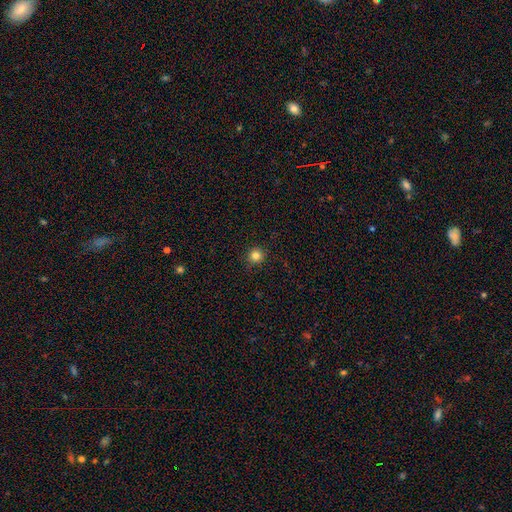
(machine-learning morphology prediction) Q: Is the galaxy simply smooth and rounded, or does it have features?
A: smooth — 83%.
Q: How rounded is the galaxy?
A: round — 95%.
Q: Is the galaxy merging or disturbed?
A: none — 91%.